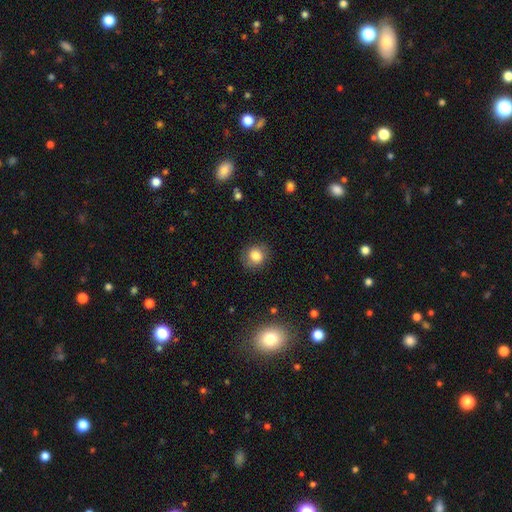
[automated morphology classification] This is likely a smooth galaxy (80%). How rounded: likely round (72%). Merging: likely none (79%).